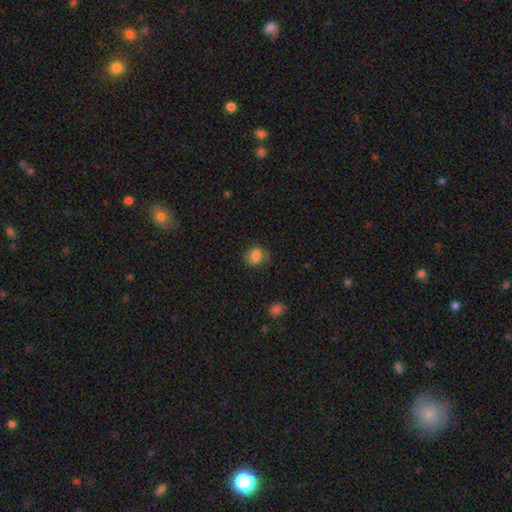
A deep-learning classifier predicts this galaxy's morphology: Q: Smooth or featured?
A: smooth (78%); runner-up: featured or disk (13%)
Q: How rounded?
A: round (51%); runner-up: in between (48%)
Q: Merging?
A: none (64%); runner-up: minor disturbance (25%)